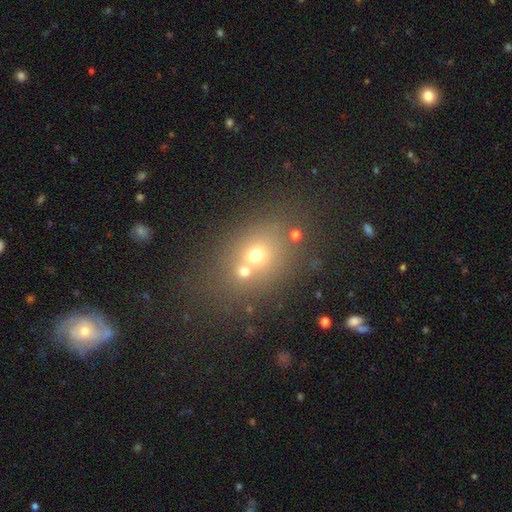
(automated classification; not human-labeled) The model was most divided on "how rounded": round: 54%, in between: 45%, cigar-shaped: 1%. Remaining: smooth or featured — smooth (57%); merging — none (49%).